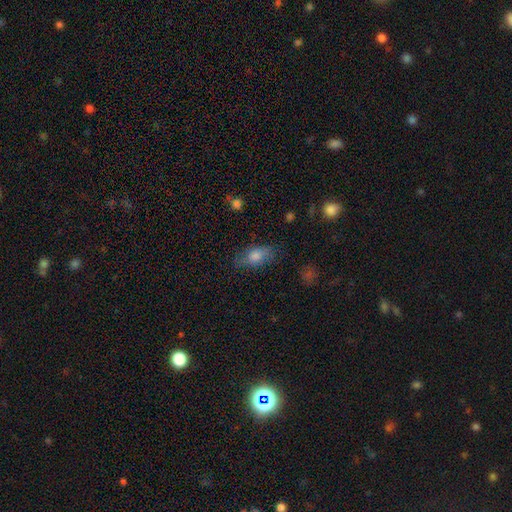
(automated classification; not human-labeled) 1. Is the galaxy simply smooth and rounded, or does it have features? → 73% smooth, 16% featured or disk, 11% star or artifact.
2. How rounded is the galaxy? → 83% in between, 9% round, 8% cigar-shaped.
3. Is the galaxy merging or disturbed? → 78% none, 16% minor disturbance, 5% major disturbance, 1% merger.